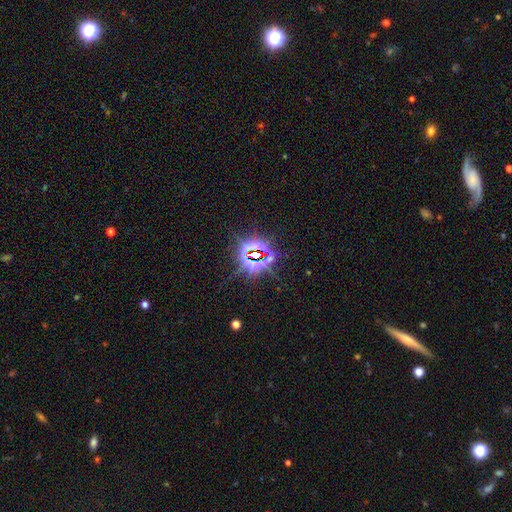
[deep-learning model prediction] Smooth or featured? star or artifact (84%)